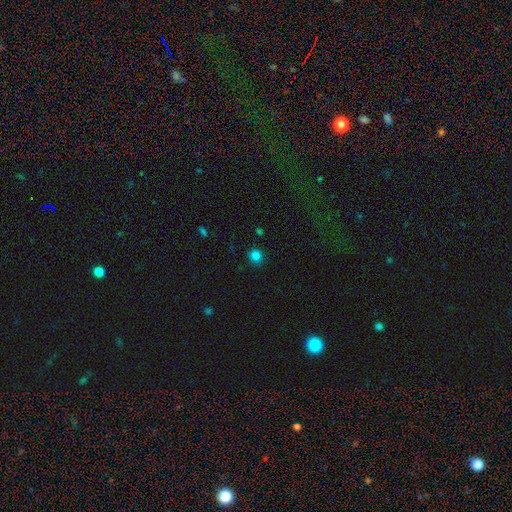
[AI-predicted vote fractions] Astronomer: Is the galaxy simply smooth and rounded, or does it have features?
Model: smooth — 81%.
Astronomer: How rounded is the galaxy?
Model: round — 80%.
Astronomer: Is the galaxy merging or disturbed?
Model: none — 87%.